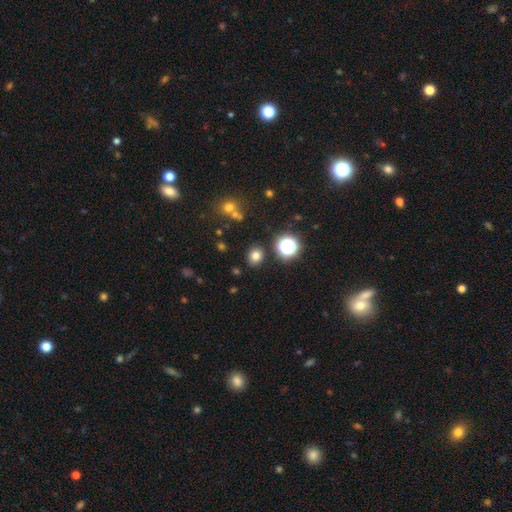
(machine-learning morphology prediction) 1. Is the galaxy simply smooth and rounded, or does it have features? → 76% smooth, 17% star or artifact, 7% featured or disk.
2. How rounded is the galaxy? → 60% round, 39% in between, 1% cigar-shaped.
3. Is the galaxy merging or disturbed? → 85% none, 9% minor disturbance, 4% merger, 3% major disturbance.